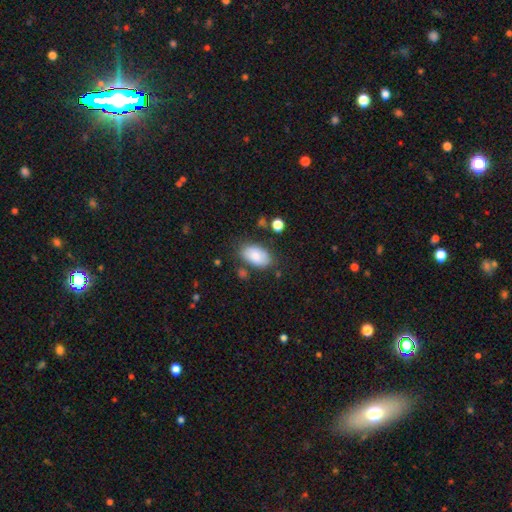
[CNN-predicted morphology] A smooth galaxy with no disk features (82%) that is in between round and cigar-shaped (92%).

Vote fractions:
- Smooth or featured? smooth: 82% / featured or disk: 11% / star or artifact: 7%
- How rounded? in between: 92% / round: 6% / cigar-shaped: 1%
- Merging? none: 70% / minor disturbance: 19% / merger: 5% / major disturbance: 5%